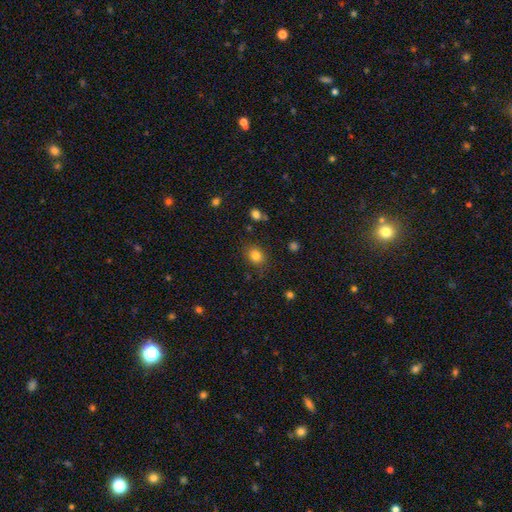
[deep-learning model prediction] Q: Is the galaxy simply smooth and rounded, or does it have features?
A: smooth — 82%.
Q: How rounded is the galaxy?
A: round — 58%.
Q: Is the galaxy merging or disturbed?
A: none — 82%.